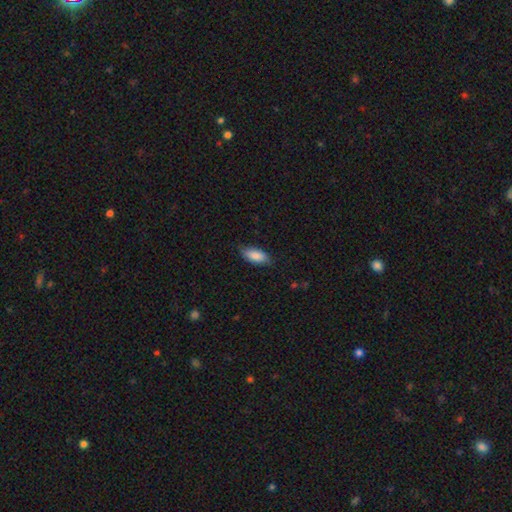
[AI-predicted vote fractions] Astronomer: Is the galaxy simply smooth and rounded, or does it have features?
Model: smooth — 87%.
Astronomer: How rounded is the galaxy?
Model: in between — 84%.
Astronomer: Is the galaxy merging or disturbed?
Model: none — 79%.